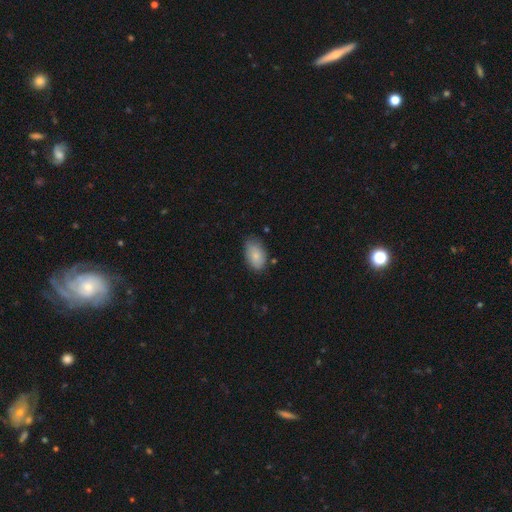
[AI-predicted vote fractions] Smooth or featured? Predicted: smooth (p=0.82). How rounded? Predicted: in between (p=0.92). Merging? Predicted: none (p=0.72).